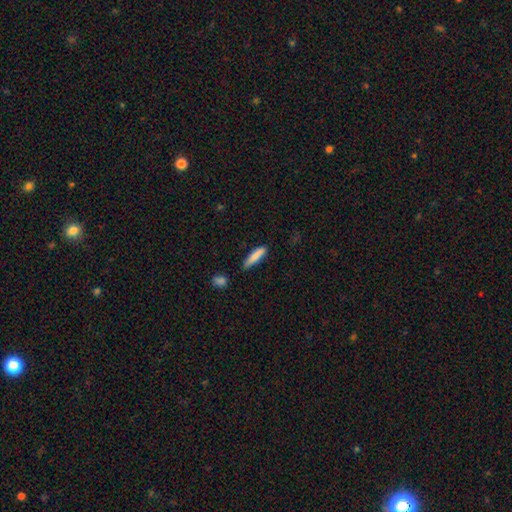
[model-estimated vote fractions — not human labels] This is clearly a smooth galaxy (81%). How rounded: clearly cigar-shaped (80%). Merging: likely none (73%).